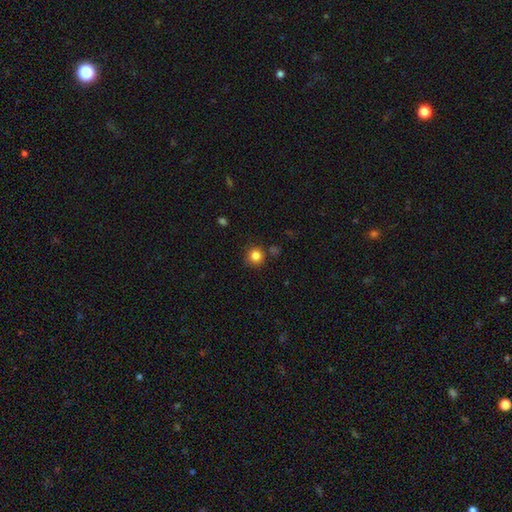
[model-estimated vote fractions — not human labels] Smooth or featured: smooth — 84% (star or artifact — 12%)
How rounded: round — 93% (in between — 6%)
Merging: none — 83% (minor disturbance — 9%)